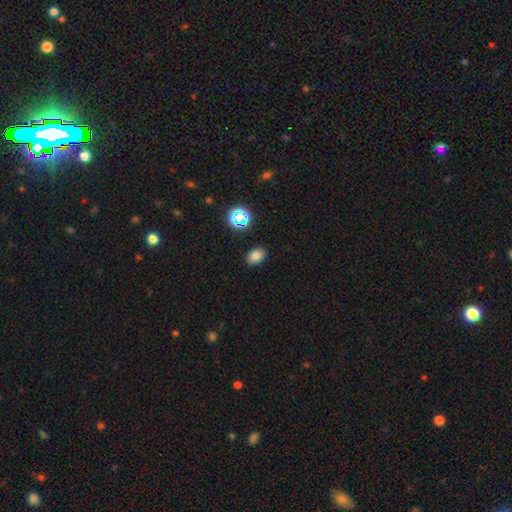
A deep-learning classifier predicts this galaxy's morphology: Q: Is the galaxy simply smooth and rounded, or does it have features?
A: smooth — 78%.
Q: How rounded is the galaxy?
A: in between — 75%.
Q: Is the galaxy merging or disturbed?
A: none — 87%.